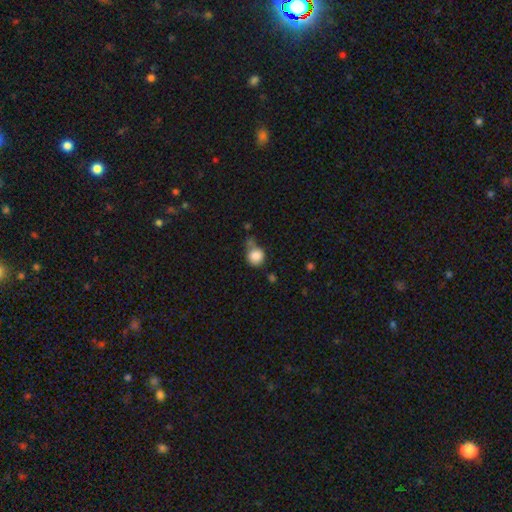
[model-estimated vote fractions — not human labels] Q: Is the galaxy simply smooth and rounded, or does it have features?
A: smooth — 86%.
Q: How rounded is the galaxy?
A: round — 86%.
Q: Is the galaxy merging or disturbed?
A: none — 48%.